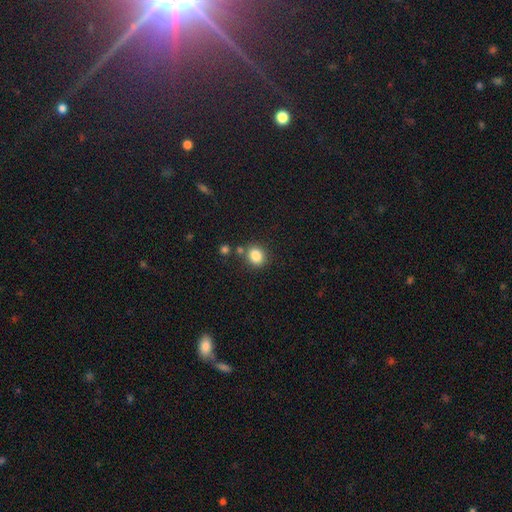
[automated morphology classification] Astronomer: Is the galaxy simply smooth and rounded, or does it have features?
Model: smooth — 84%.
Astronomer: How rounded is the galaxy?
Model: round — 60% (runner-up: in between, 39%).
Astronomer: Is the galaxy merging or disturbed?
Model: none — 75%.